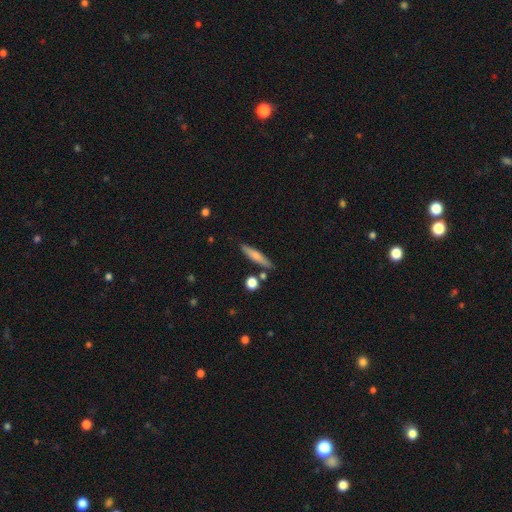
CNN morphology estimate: Smooth or featured: smooth — 65% (featured or disk — 28%)
How rounded: cigar-shaped — 87% (in between — 11%)
Merging: none — 82% (minor disturbance — 10%)